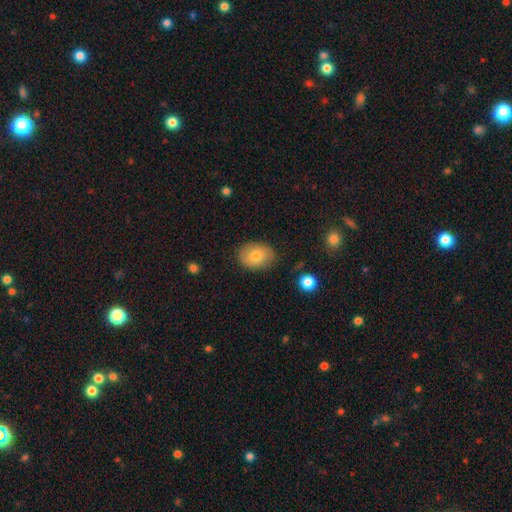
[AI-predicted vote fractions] The model was most divided on "how rounded": in between: 68%, round: 31%, cigar-shaped: 1%. More confident: merging — none (82%); smooth or featured — smooth (78%).